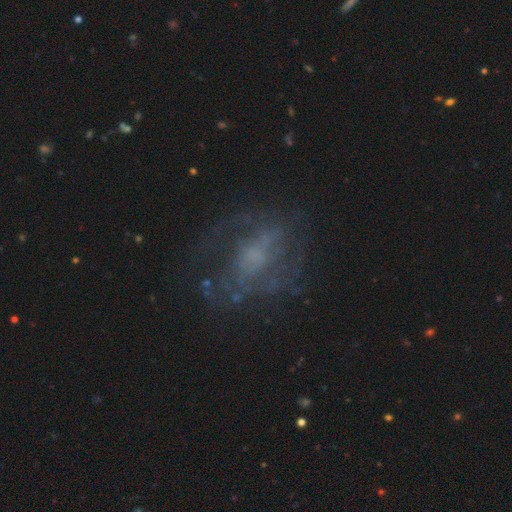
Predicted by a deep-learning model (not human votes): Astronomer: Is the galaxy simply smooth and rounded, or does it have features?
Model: featured or disk — 65%.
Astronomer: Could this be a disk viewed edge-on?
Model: no — 95%.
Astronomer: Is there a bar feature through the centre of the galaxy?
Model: no — 64%.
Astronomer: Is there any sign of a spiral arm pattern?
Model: yes — 57% (runner-up: no, 43%).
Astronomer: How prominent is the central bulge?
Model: small — 34% (runner-up: none, 33%).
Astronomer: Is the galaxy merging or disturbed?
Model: none — 59%.